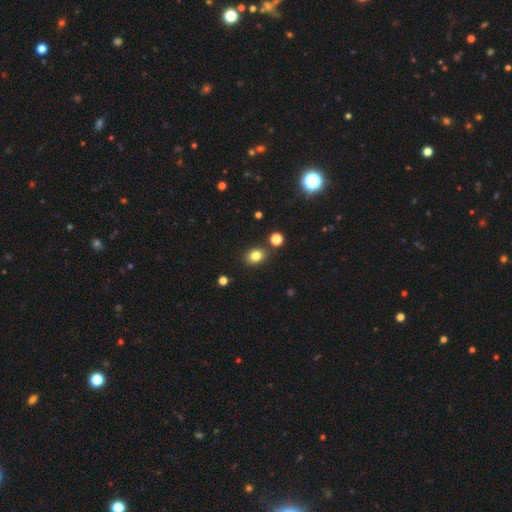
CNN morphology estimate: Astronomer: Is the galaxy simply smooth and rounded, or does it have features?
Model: smooth — 81%.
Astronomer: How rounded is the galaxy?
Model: in between — 52% (runner-up: round, 47%).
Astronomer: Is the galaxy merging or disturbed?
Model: none — 84%.